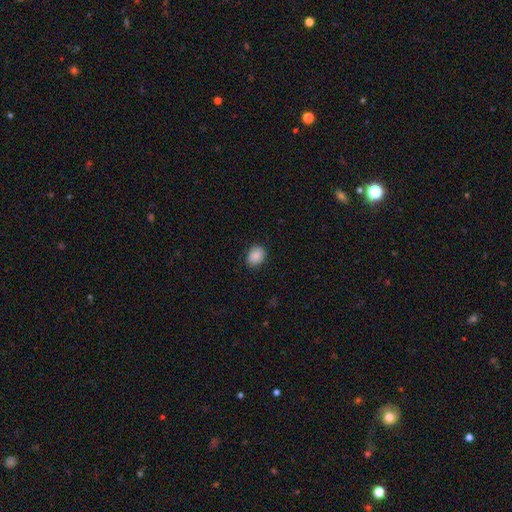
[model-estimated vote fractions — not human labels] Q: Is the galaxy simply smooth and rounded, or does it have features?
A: smooth — 88%.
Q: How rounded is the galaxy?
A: round — 51%.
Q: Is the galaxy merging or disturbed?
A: none — 86%.